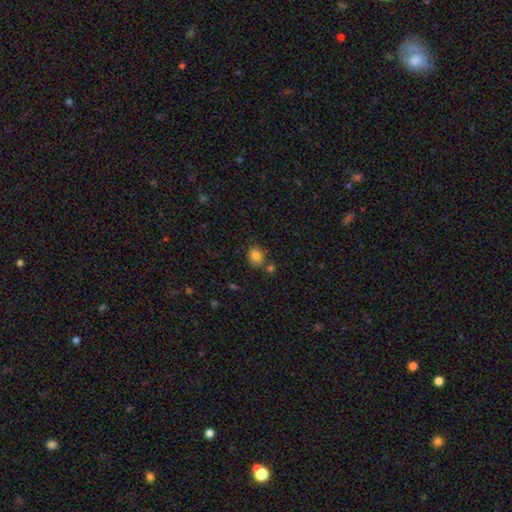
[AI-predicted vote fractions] The model was most divided on "how rounded": round: 50%, in between: 49%, cigar-shaped: 1%. More confident: smooth or featured — smooth (84%); merging — none (70%).